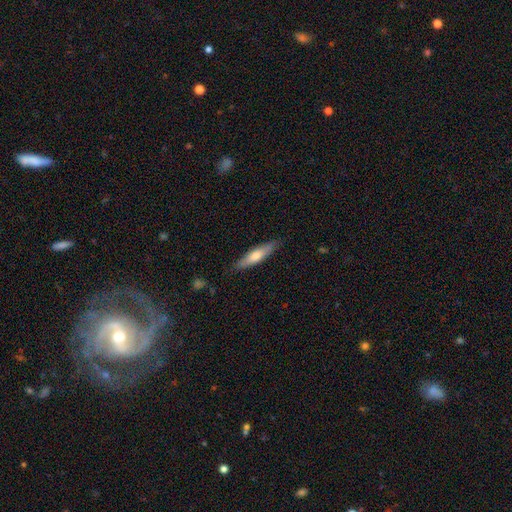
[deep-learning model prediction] A smooth galaxy with no disk features (59%) that is cigar-shaped (74%). Merging: none (86%).